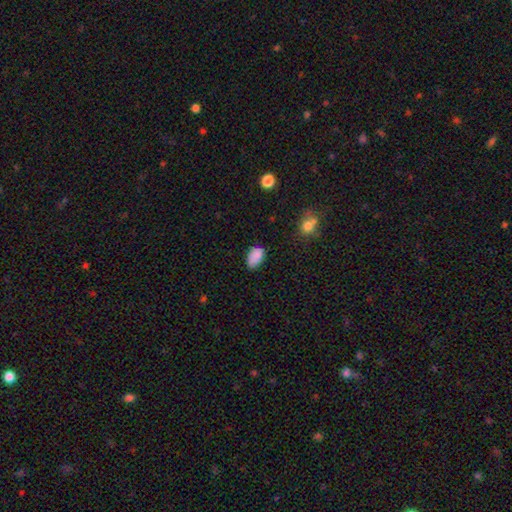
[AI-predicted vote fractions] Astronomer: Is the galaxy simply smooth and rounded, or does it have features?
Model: smooth — 86%.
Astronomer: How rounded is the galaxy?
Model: in between — 91%.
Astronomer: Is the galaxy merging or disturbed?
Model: none — 67%.